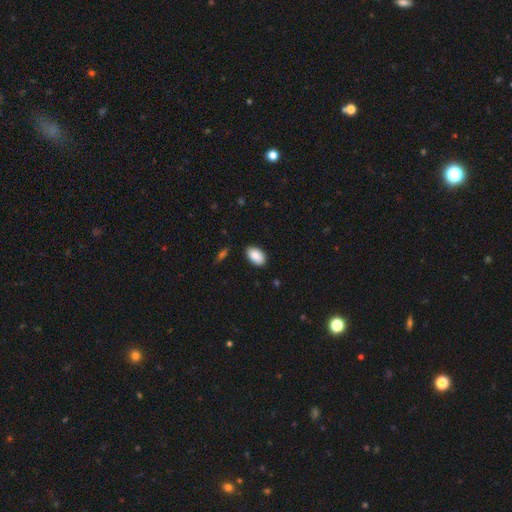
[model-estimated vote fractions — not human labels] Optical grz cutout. It shows a smooth galaxy with no disk features (88%) that is in between round and cigar-shaped (94%). Merging: none (84%).